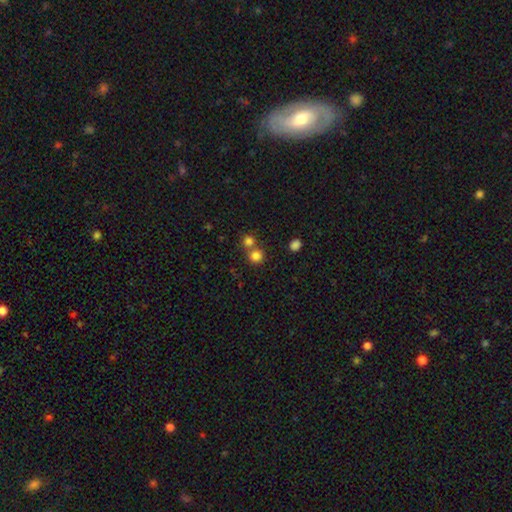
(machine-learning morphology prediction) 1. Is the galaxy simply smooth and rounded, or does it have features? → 80% smooth, 14% star or artifact, 6% featured or disk.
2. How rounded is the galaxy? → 91% round, 8% in between, 1% cigar-shaped.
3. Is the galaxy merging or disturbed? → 60% none, 32% merger, 6% minor disturbance, 3% major disturbance.